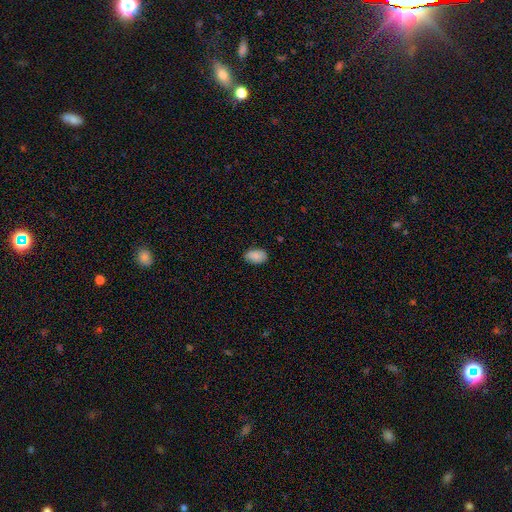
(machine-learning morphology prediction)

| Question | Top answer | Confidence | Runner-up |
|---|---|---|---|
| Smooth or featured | smooth | 88% | star or artifact (7%) |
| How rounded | in between | 92% | round (7%) |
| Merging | none | 83% | minor disturbance (13%) |